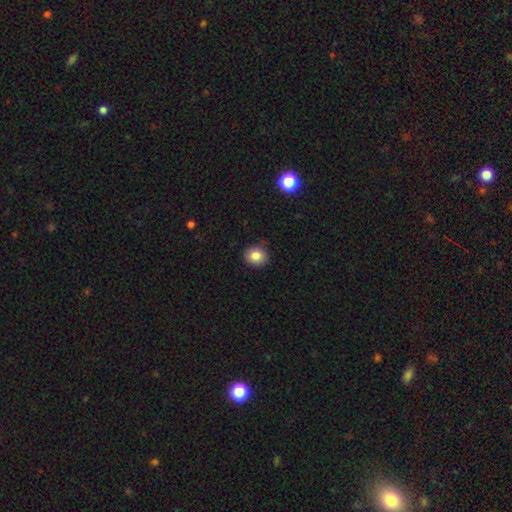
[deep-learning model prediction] Smooth or featured: smooth — 83% (star or artifact — 10%)
How rounded: round — 80% (in between — 19%)
Merging: none — 87% (minor disturbance — 10%)